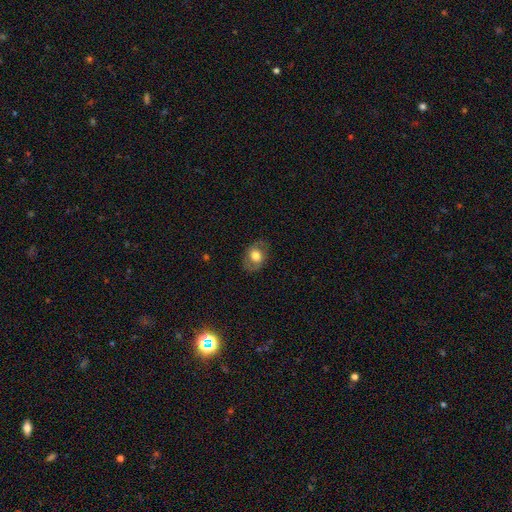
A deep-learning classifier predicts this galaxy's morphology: A smooth galaxy with no disk features (62%) that is in between round and cigar-shaped (69%).

Vote fractions:
- Smooth or featured? smooth: 62% / featured or disk: 30% / star or artifact: 8%
- How rounded? in between: 69% / round: 30% / cigar-shaped: 1%
- Merging? none: 78% / minor disturbance: 15% / major disturbance: 6% / merger: 1%